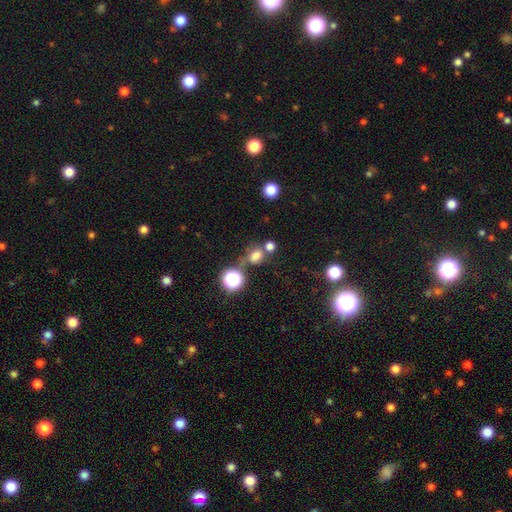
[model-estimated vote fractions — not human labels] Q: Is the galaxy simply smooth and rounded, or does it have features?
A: smooth — 69%.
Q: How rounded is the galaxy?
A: round — 62%.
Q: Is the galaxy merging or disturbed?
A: none — 53%.